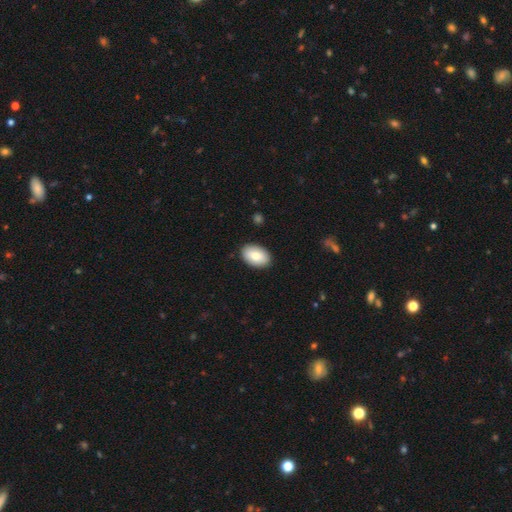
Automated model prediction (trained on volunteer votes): smooth 81%, featured or disk 13%, star or artifact 6%. Down the decision tree: how rounded — in between (91%); merging — none (89%).